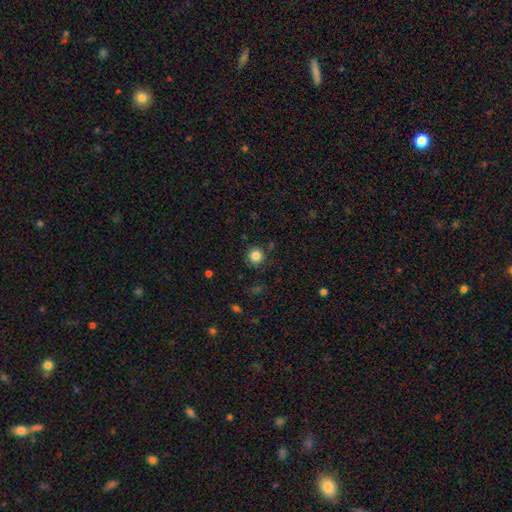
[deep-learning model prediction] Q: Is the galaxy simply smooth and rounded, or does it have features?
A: smooth — 83%.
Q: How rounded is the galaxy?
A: round — 94%.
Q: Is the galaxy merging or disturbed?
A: none — 85%.